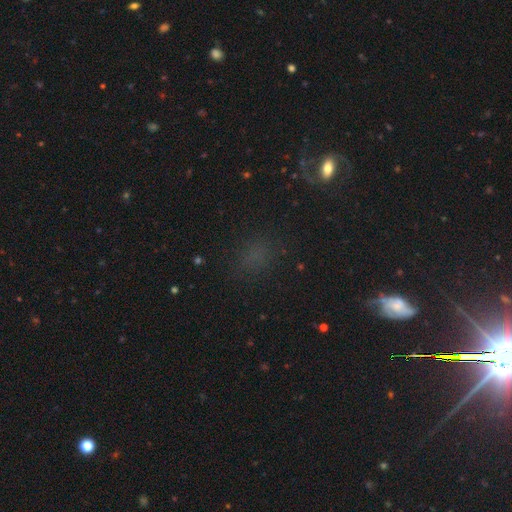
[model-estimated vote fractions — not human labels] smooth-or-featured: smooth: 52% | star or artifact: 32% | featured or disk: 16%
  how-rounded: in between: 49% | round: 48% | cigar-shaped: 4%
  merging: none: 71% | minor disturbance: 15% | major disturbance: 11% | merger: 4%